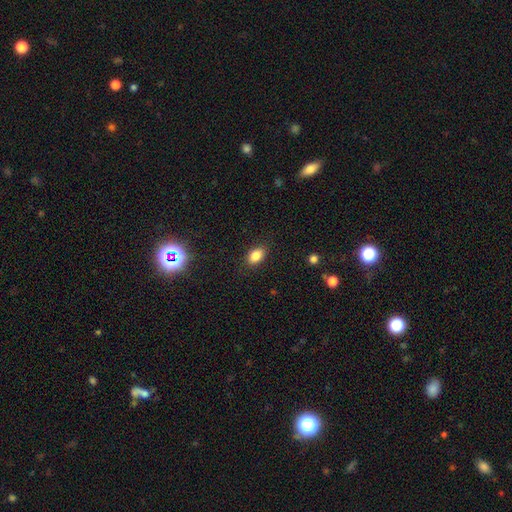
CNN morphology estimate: type=smooth (83%); roundness=in between (84%); merging=none (86%).